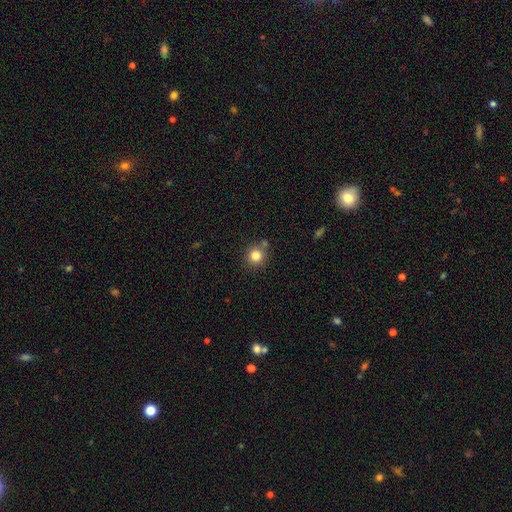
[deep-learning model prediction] Smooth or featured?
  - smooth: 82% *
  - star or artifact: 12%
  - featured or disk: 6%
How rounded?
  - round: 92% *
  - in between: 7%
  - cigar-shaped: 1%
Merging?
  - none: 77% *
  - merger: 10%
  - minor disturbance: 10%
  - major disturbance: 3%